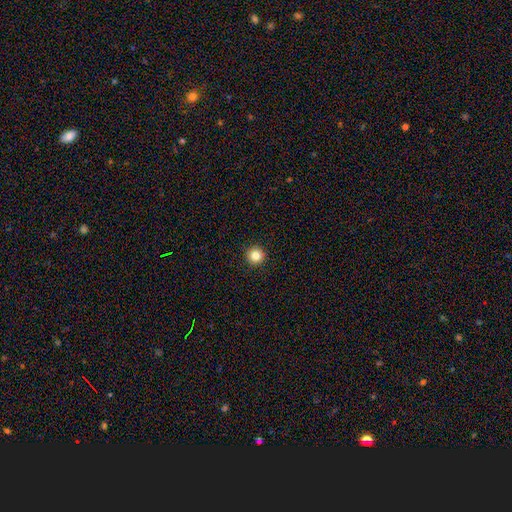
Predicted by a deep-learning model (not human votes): smooth_or_featured: smooth (p=0.83) [alt: star or artifact p=0.11]
how_rounded: round (p=0.96) [alt: in between p=0.03]
merging: none (p=0.93) [alt: minor disturbance p=0.04]